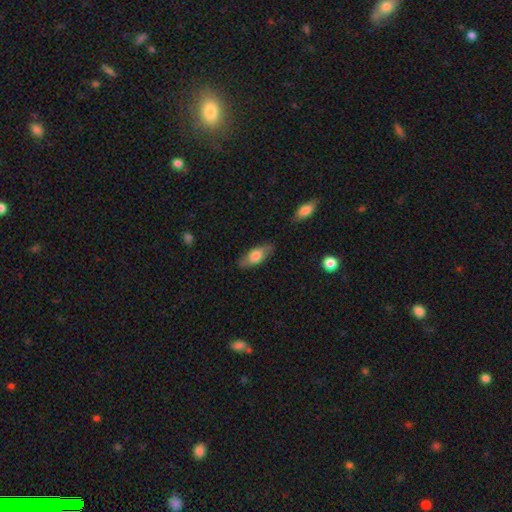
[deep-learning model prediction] The model was most divided on "smooth or featured": smooth: 63%, featured or disk: 30%, star or artifact: 6%. More confident: merging — none (83%); how rounded — in between (77%).